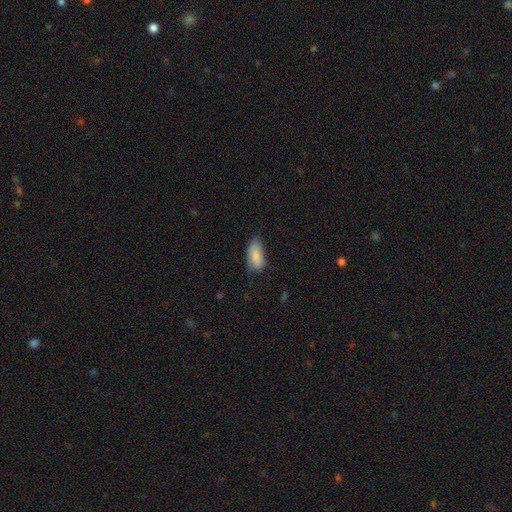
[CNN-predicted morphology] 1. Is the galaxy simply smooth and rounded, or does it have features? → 86% smooth, 8% featured or disk, 7% star or artifact.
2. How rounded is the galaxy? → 89% in between, 8% cigar-shaped, 2% round.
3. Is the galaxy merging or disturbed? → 63% none, 30% minor disturbance, 6% major disturbance, 1% merger.